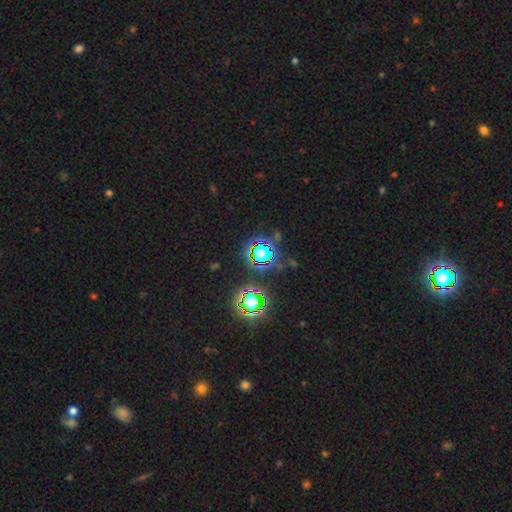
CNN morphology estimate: Smooth or featured? Predicted: star or artifact (p=0.75).